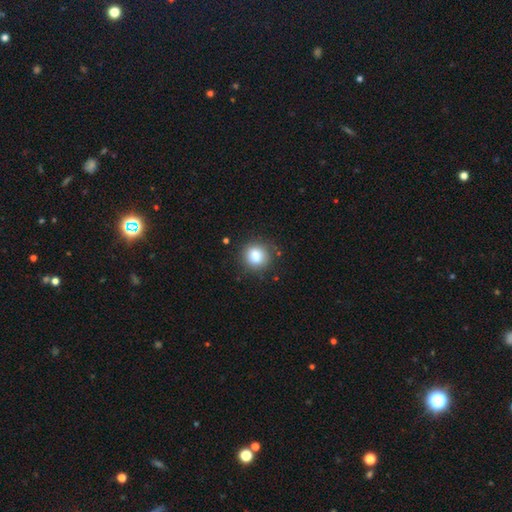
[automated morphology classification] This appears to be a smooth galaxy with no disk features (84%) that is round (86%). Merging: none (81%).